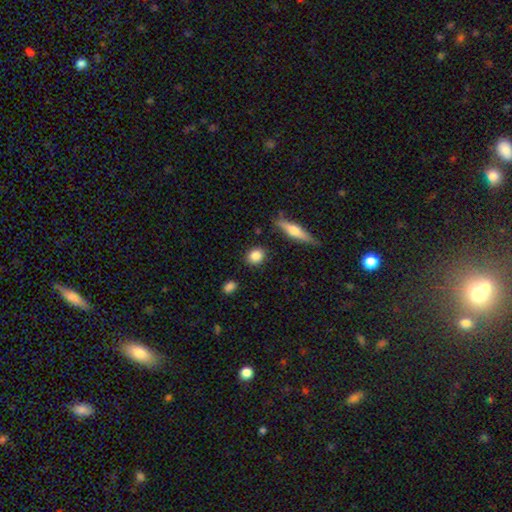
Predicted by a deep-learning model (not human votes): Smooth or featured? Predicted: smooth (p=0.85). How rounded? Predicted: round (p=0.58). Merging? Predicted: none (p=0.86).